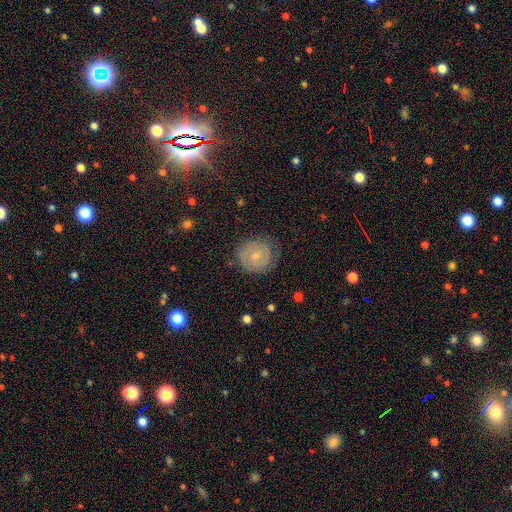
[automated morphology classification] Smooth or featured? Predicted: featured or disk (p=0.52). Edge-on disk? Predicted: no (p=0.97). Bar? Predicted: no (p=0.74). Spiral arms? Predicted: yes (p=0.74). Bulge size? Predicted: small (p=0.61). Merging? Predicted: none (p=0.71).